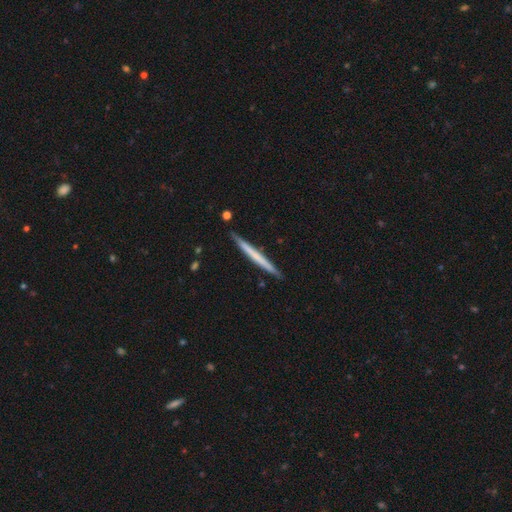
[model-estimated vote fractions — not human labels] A smooth galaxy with no disk features (52%) that is cigar-shaped (97%).

Vote fractions:
- Smooth or featured? smooth: 52% / featured or disk: 43% / star or artifact: 5%
- How rounded? cigar-shaped: 97% / in between: 2% / round: 1%
- Merging? none: 89% / minor disturbance: 8% / merger: 2% / major disturbance: 1%